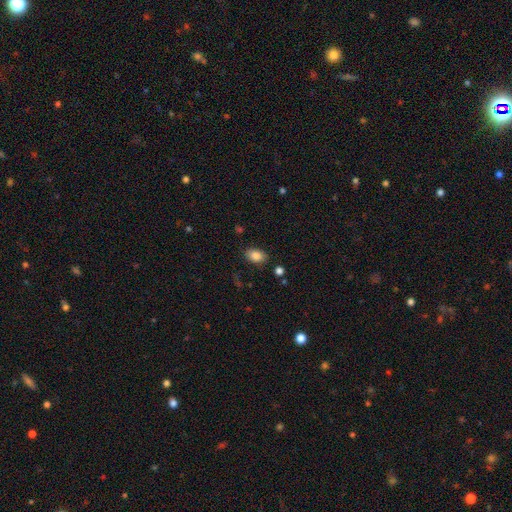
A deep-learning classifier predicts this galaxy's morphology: smooth_or_featured: smooth (p=0.86) [alt: star or artifact p=0.09]
how_rounded: in between (p=0.85) [alt: round p=0.13]
merging: none (p=0.83) [alt: minor disturbance p=0.12]